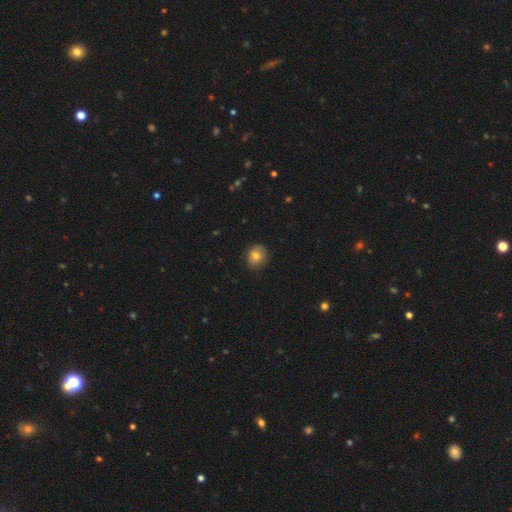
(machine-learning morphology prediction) Smooth or featured? Predicted: smooth (p=0.77). How rounded? Predicted: round (p=0.75). Merging? Predicted: none (p=0.82).